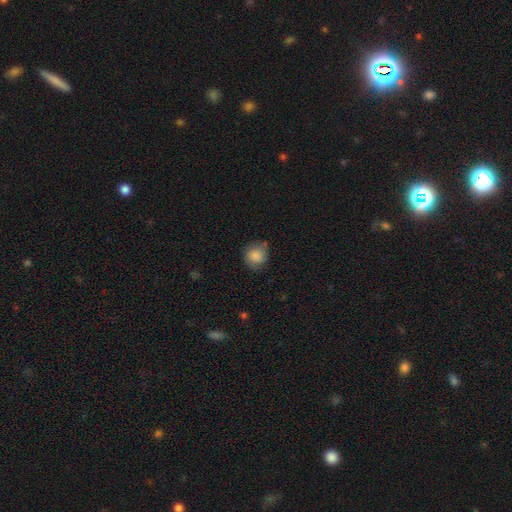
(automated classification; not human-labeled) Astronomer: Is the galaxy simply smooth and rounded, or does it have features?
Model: smooth — 78%.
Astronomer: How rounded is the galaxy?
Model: round — 81%.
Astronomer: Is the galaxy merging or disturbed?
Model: none — 64%.